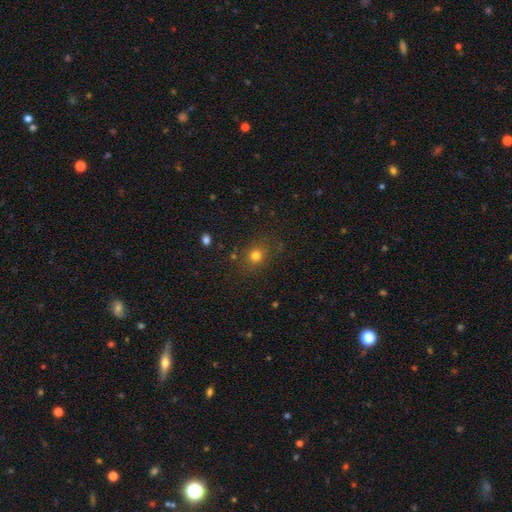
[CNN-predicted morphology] This appears to be a smooth galaxy with no disk features (77%) that is round (76%). Merging: none (81%).